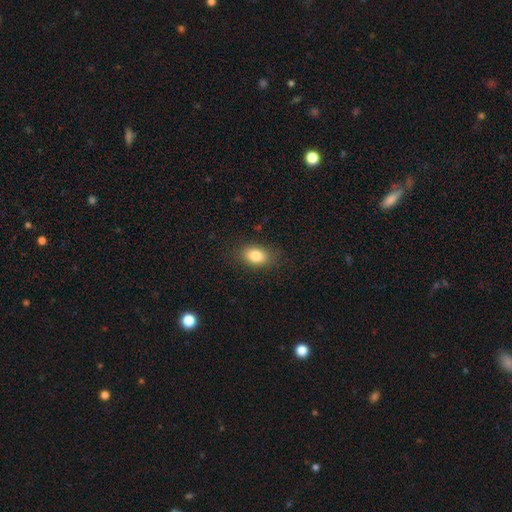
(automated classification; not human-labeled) smooth_or_featured: smooth (p=0.83) [alt: star or artifact p=0.09]
how_rounded: in between (p=0.77) [alt: round p=0.22]
merging: none (p=0.83) [alt: minor disturbance p=0.12]